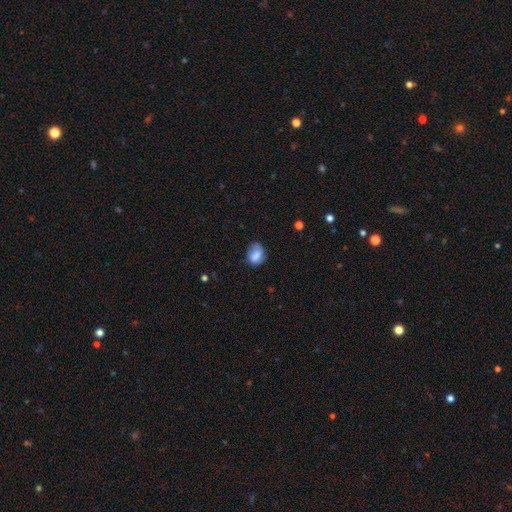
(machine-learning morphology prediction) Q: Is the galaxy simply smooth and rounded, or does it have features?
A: smooth — 78%.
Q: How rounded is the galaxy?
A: in between — 56%.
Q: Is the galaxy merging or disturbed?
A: none — 53%.